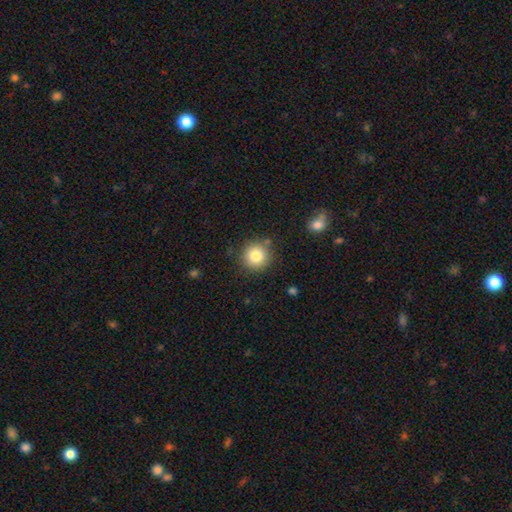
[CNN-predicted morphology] The model was most divided on "smooth or featured": smooth: 82%, star or artifact: 11%, featured or disk: 8%. More confident: how rounded — round (92%); merging — none (84%).